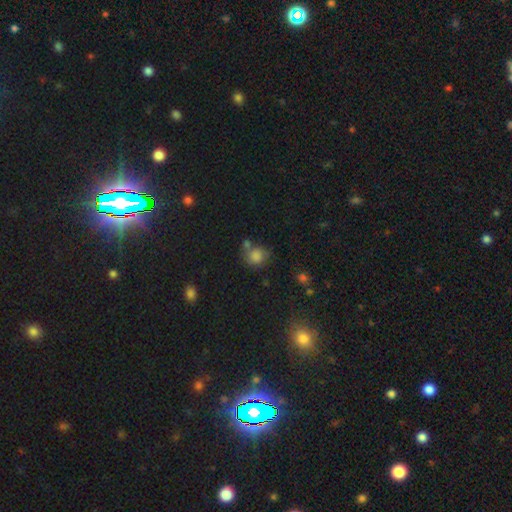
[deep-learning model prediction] smooth_or_featured: smooth (p=0.79) [alt: star or artifact p=0.13]
how_rounded: round (p=0.81) [alt: in between p=0.18]
merging: none (p=0.53) [alt: merger p=0.23]